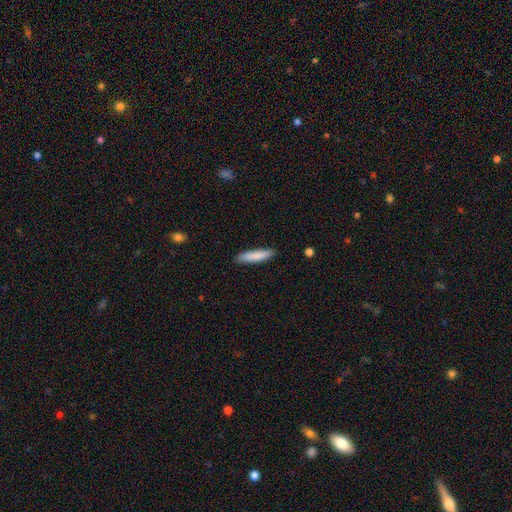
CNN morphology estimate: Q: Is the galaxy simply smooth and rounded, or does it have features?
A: smooth — 84%.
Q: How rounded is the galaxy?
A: cigar-shaped — 85%.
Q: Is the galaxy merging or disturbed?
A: none — 89%.